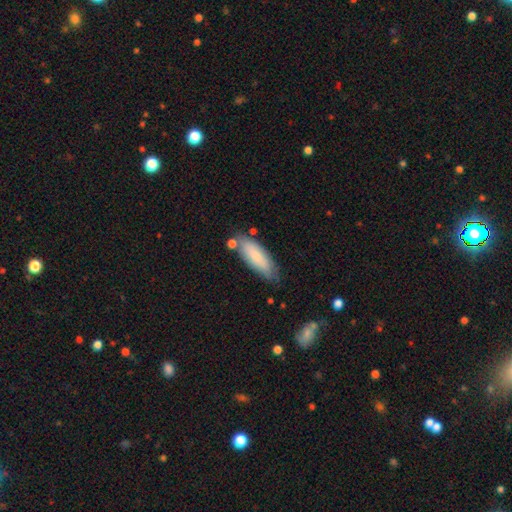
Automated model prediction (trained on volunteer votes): smooth 77%, featured or disk 17%, star or artifact 6%. Down the decision tree: how rounded — in between (59%); merging — none (70%).